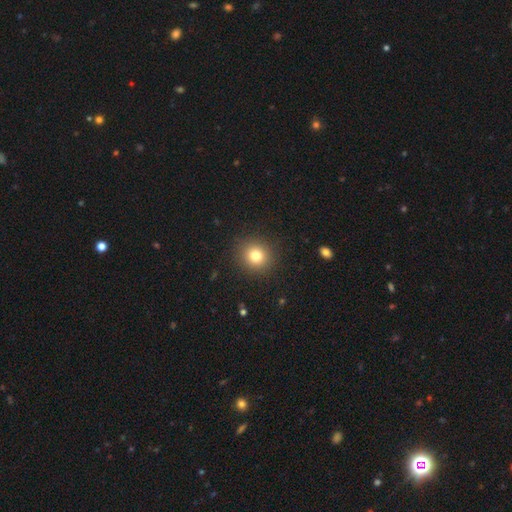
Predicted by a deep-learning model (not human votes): The model was most divided on "smooth or featured": smooth: 79%, star or artifact: 13%, featured or disk: 8%. More confident: merging — none (90%); how rounded — round (87%).